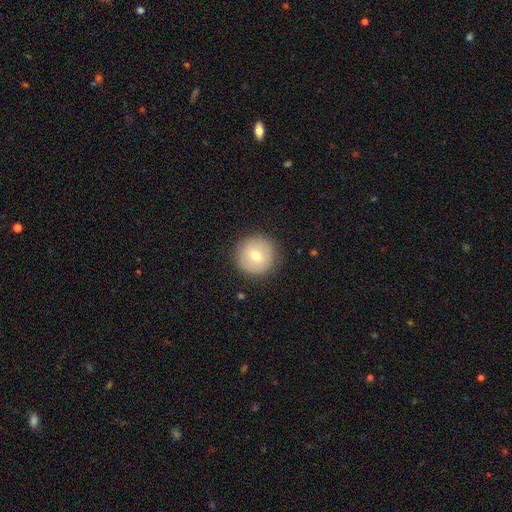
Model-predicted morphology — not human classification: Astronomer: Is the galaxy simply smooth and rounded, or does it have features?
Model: smooth — 68%.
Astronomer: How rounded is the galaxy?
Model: round — 95%.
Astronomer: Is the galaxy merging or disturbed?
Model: none — 90%.